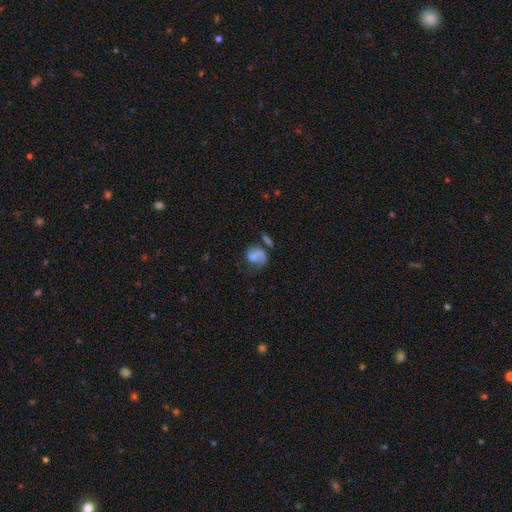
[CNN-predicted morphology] Smooth or featured: smooth — 55% (featured or disk — 35%)
How rounded: in between — 52% (round — 47%)
Merging: major disturbance — 31% (tied with none — 31%)